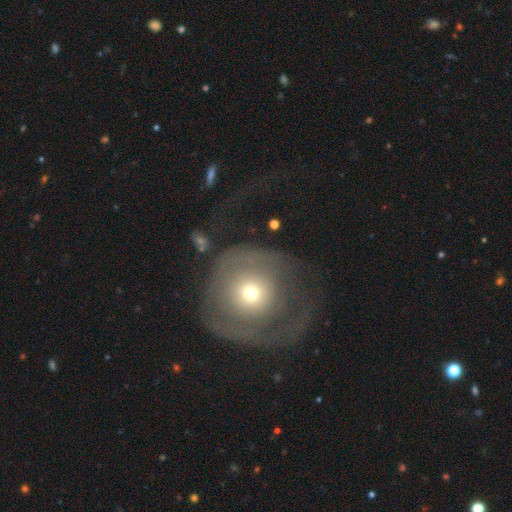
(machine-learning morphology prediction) Smooth or featured: featured or disk — 51% (smooth — 39%)
Edge-on disk: no — 96% (yes — 4%)
Merging: major disturbance — 44% (none — 35%)